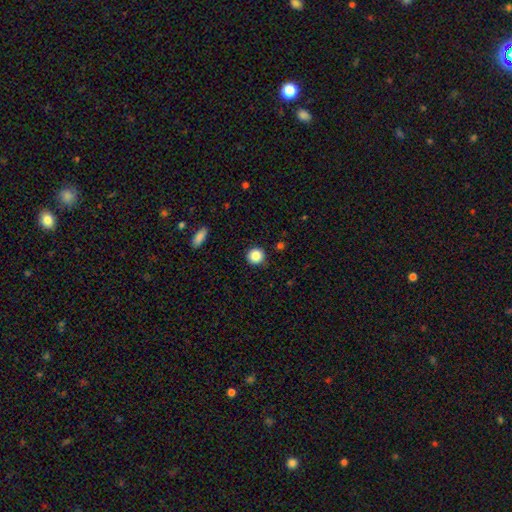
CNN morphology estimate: smooth_or_featured: smooth (p=0.85) [alt: star or artifact p=0.10]
how_rounded: round (p=0.93) [alt: in between p=0.06]
merging: none (p=0.91) [alt: minor disturbance p=0.06]